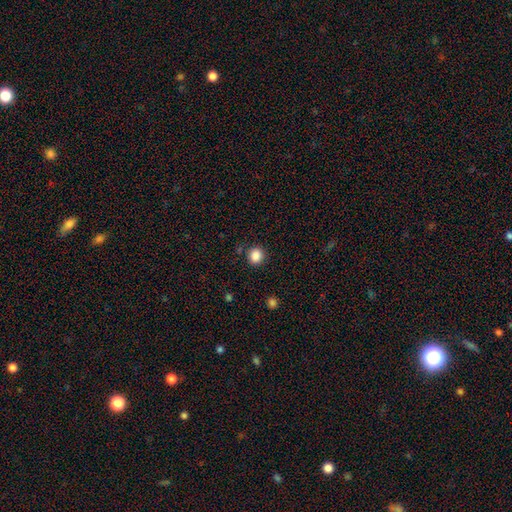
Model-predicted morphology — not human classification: Smooth or featured? Predicted: smooth (p=0.87). How rounded? Predicted: round (p=0.82). Merging? Predicted: none (p=0.87).